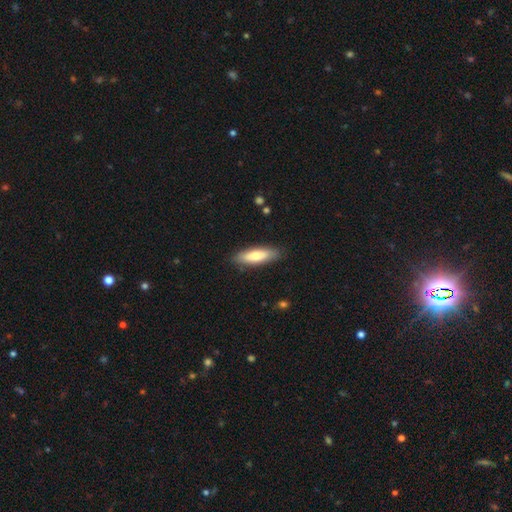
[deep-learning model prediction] smooth_or_featured: smooth (p=0.69) [alt: featured or disk p=0.25]
how_rounded: in between (p=0.53) [alt: cigar-shaped p=0.45]
merging: none (p=0.87) [alt: minor disturbance p=0.10]